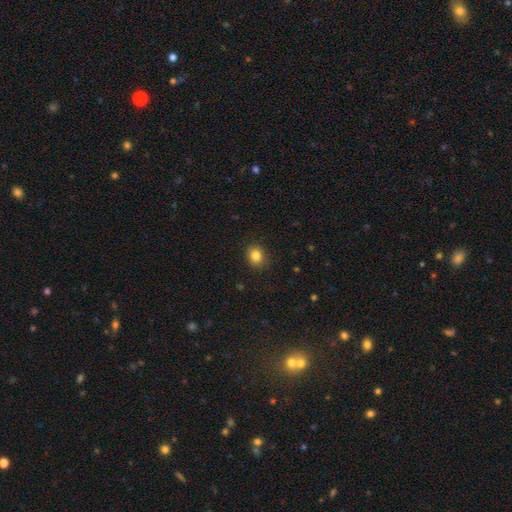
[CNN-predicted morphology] Smooth or featured? Predicted: smooth (p=0.84). How rounded? Predicted: round (p=0.67). Merging? Predicted: none (p=0.89).